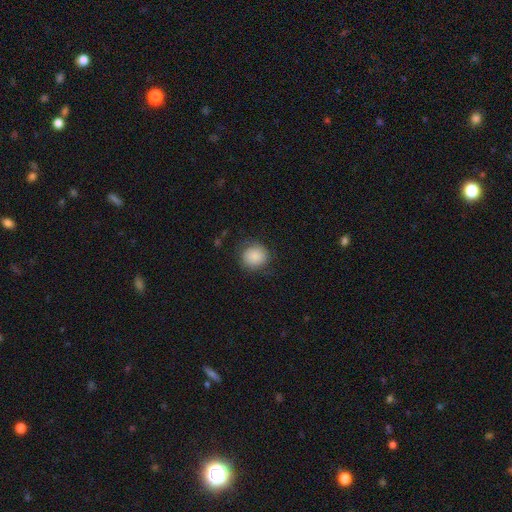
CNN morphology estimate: Smooth or featured?
  - smooth: 83% *
  - featured or disk: 9%
  - star or artifact: 8%
How rounded?
  - round: 85% *
  - in between: 14%
  - cigar-shaped: 1%
Merging?
  - none: 75% *
  - minor disturbance: 17%
  - major disturbance: 7%
  - merger: 1%